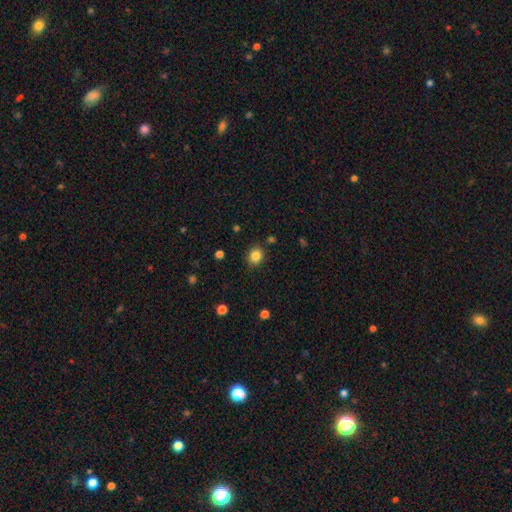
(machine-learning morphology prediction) smooth-or-featured: smooth: 84% | star or artifact: 11% | featured or disk: 5%
  how-rounded: round: 71% | in between: 28% | cigar-shaped: 1%
  merging: none: 86% | minor disturbance: 9% | major disturbance: 3% | merger: 2%